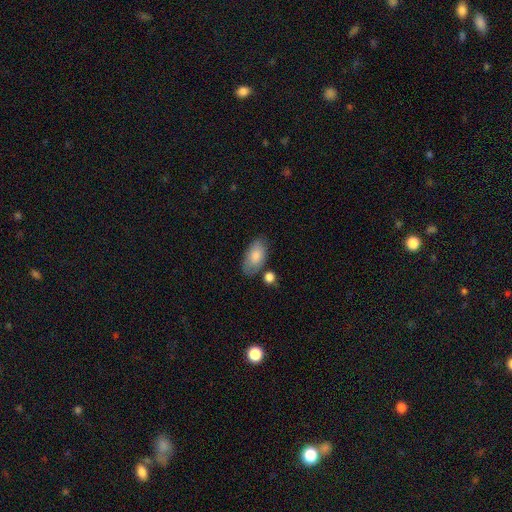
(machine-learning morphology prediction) The model was most divided on "merging": none: 66%, minor disturbance: 20%, merger: 9%, major disturbance: 5%. More confident: how rounded — in between (94%); smooth or featured — smooth (83%).